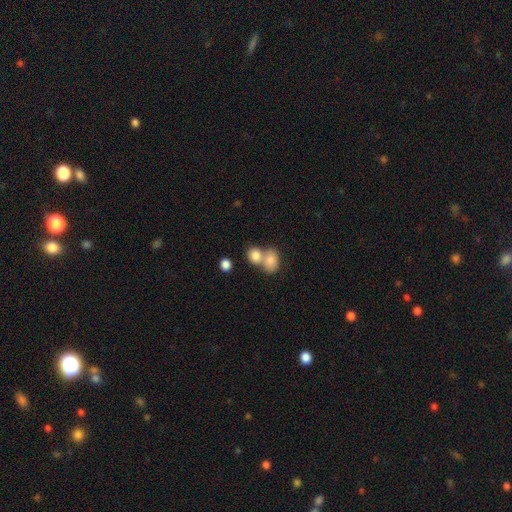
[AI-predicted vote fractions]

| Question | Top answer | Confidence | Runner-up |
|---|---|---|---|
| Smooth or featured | smooth | 82% | featured or disk (10%) |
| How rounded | in between | 52% | round (47%) |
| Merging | merger | 60% | none (30%) |